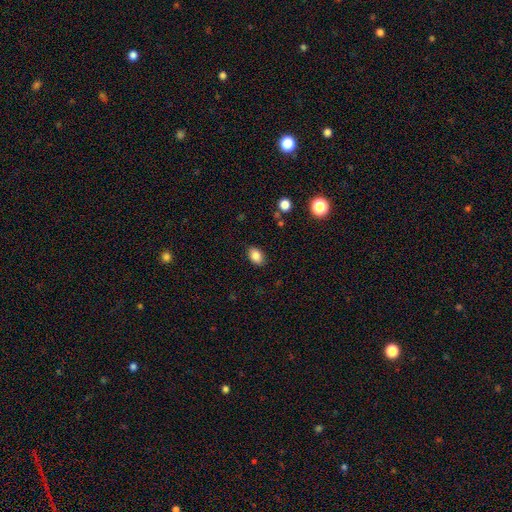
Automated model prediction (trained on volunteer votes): This appears to be a smooth galaxy with no disk features (86%) that is in between round and cigar-shaped (81%). Merging: none (86%).